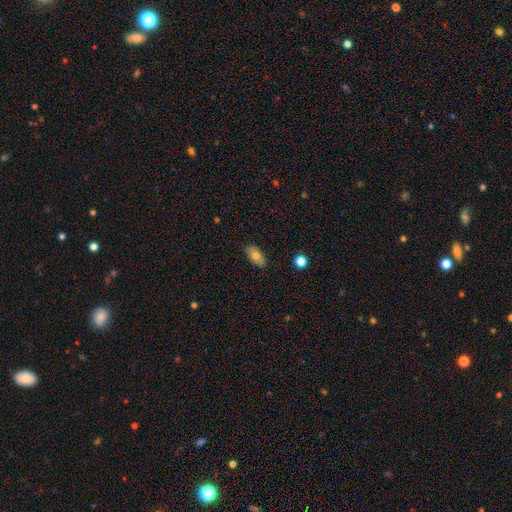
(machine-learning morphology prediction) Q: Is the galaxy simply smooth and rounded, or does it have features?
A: smooth — 69%.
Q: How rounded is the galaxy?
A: in between — 90%.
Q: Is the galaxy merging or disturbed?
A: none — 84%.